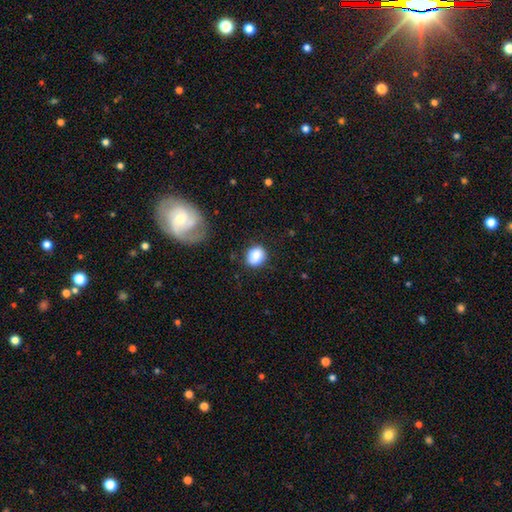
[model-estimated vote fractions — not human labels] Smooth or featured? Predicted: smooth (p=0.84). How rounded? Predicted: round (p=0.67). Merging? Predicted: none (p=0.72).